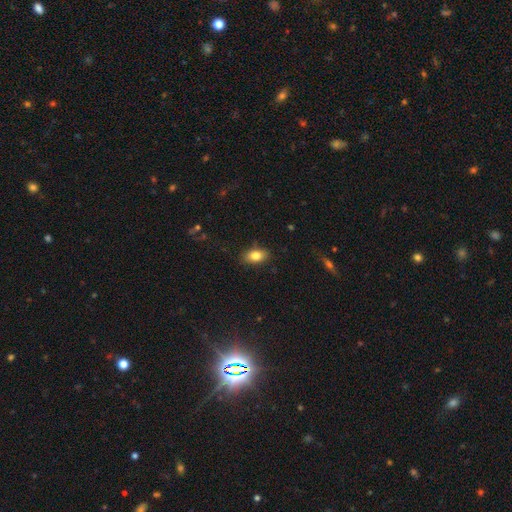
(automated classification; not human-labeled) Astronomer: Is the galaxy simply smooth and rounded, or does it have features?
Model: smooth — 82%.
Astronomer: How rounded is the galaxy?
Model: in between — 88%.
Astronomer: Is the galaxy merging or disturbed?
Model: none — 85%.